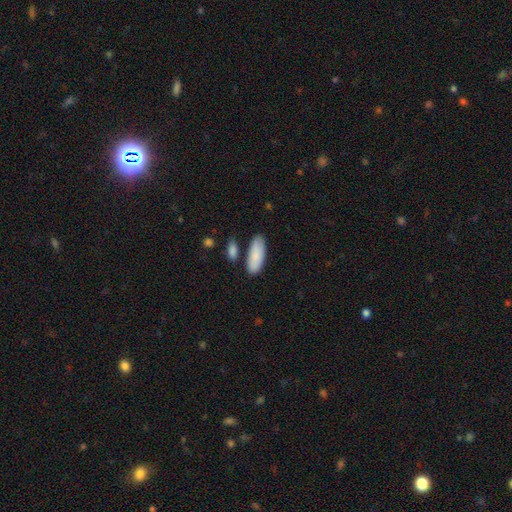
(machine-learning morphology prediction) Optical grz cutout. It shows a smooth galaxy with no disk features (85%) that is in between round and cigar-shaped (78%). Merging: none (76%).